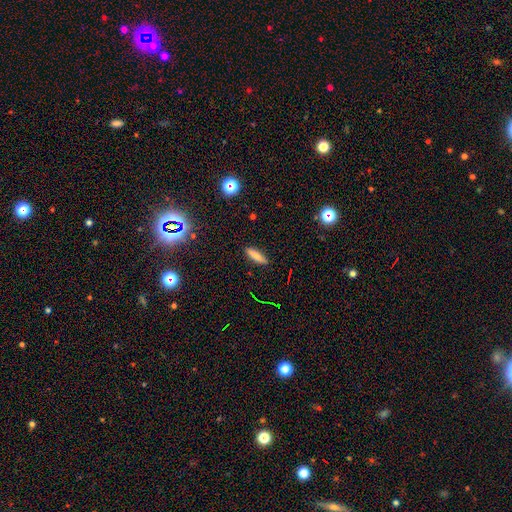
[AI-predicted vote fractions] smooth_or_featured: smooth (p=0.80) [alt: featured or disk p=0.10]
how_rounded: cigar-shaped (p=0.69) [alt: in between p=0.29]
merging: none (p=0.89) [alt: minor disturbance p=0.08]